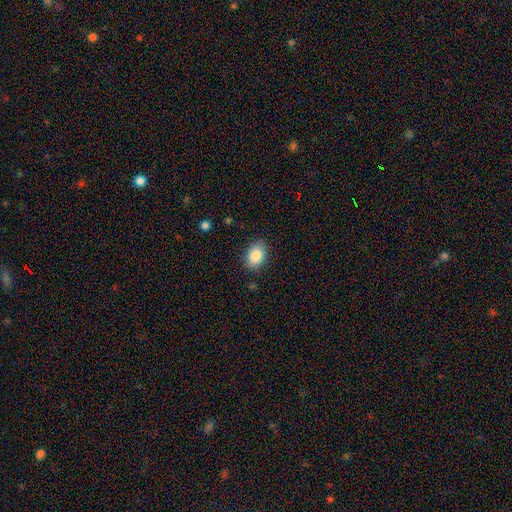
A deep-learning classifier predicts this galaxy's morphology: smooth_or_featured: smooth (p=0.87) [alt: star or artifact p=0.07]
how_rounded: in between (p=0.80) [alt: round p=0.18]
merging: none (p=0.84) [alt: minor disturbance p=0.12]